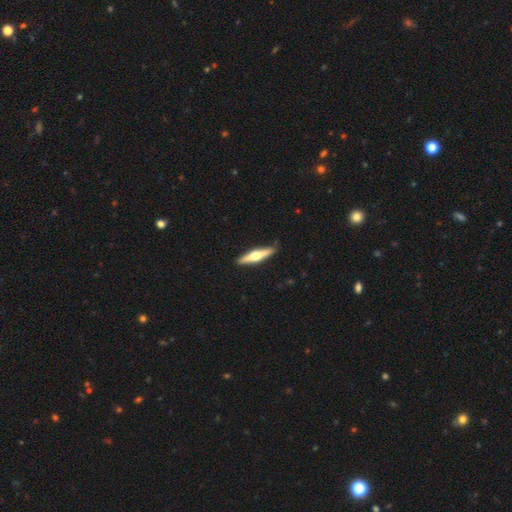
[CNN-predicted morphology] smooth_or_featured: featured or disk (p=0.62) [alt: smooth p=0.33]
disk_edge_on: yes (p=0.96) [alt: no p=0.04]
edge_on_bulge: rounded (p=0.95) [alt: boxy p=0.03]
merging: none (p=0.89) [alt: minor disturbance p=0.08]